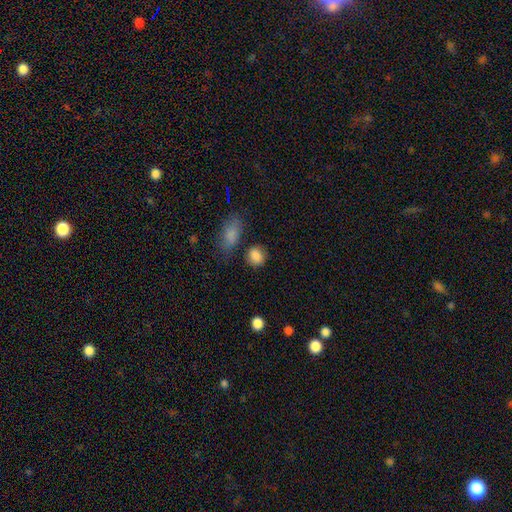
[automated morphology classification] Q: Smooth or featured?
A: smooth (87%); runner-up: star or artifact (8%)
Q: How rounded?
A: round (72%); runner-up: in between (26%)
Q: Merging?
A: none (75%); runner-up: minor disturbance (14%)